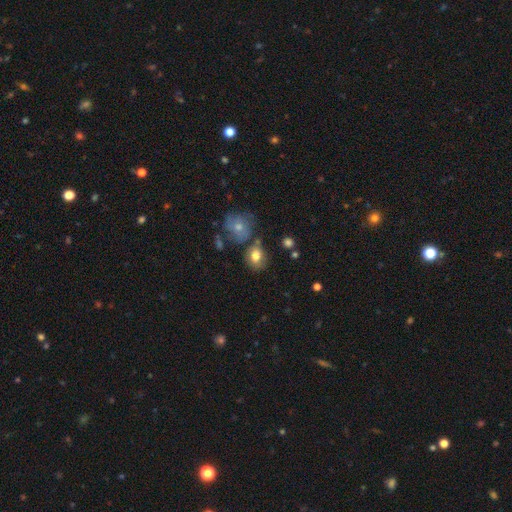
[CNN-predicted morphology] This is likely a smooth galaxy (77%). How rounded: possibly round (49%, tied with in between). Merging: likely none (62%).